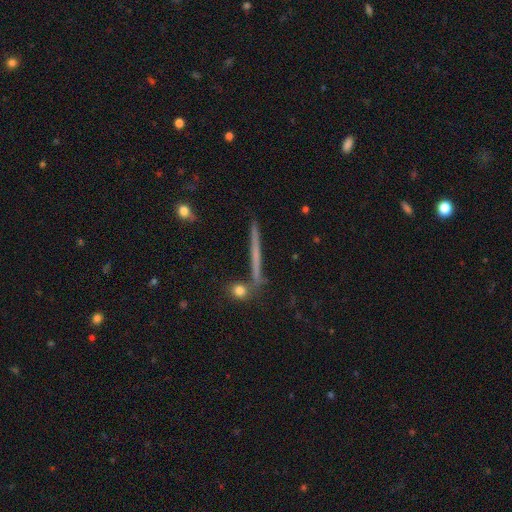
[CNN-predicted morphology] smooth-or-featured: featured or disk: 52% | smooth: 39% | star or artifact: 9%
  disk-edge-on: yes: 96% | no: 4%
    edge-on-bulge: none: 85% | rounded: 11% | boxy: 4%
  merging: none: 85% | minor disturbance: 8% | merger: 5% | major disturbance: 2%